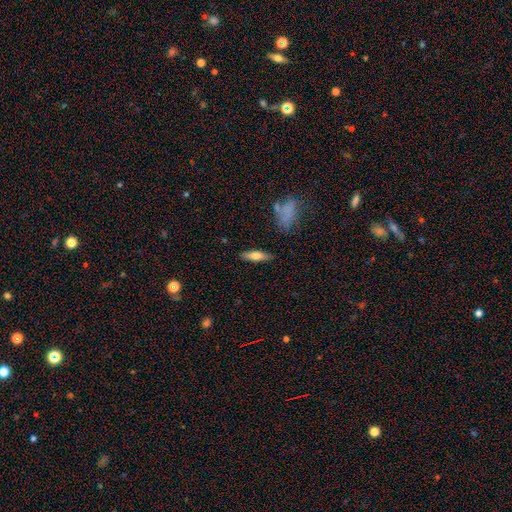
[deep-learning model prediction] This appears to be a smooth galaxy with no disk features (65%) that is cigar-shaped (54%). Merging: none (86%).